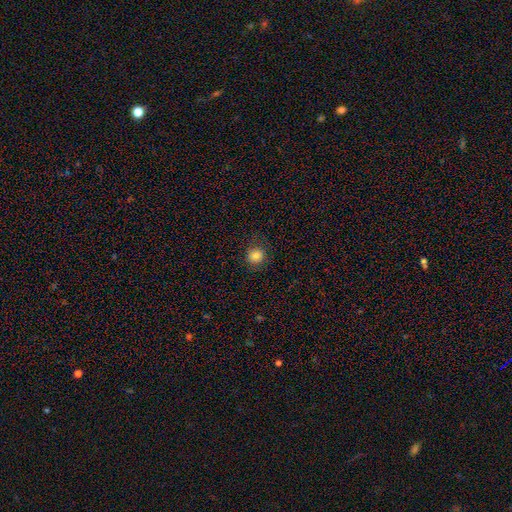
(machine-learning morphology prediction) smooth_or_featured: smooth (p=0.83) [alt: star or artifact p=0.12]
how_rounded: round (p=0.90) [alt: in between p=0.09]
merging: none (p=0.87) [alt: minor disturbance p=0.09]